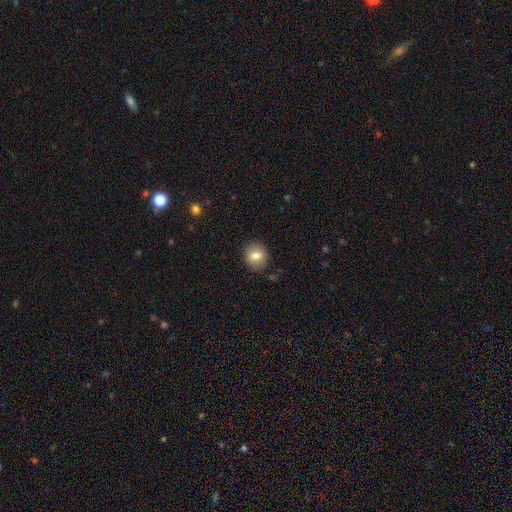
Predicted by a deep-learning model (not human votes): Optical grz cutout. It shows a smooth galaxy with no disk features (78%) that is round (76%). Merging: none (88%).